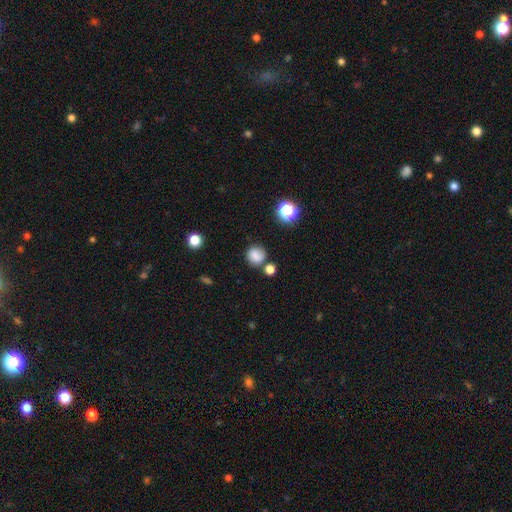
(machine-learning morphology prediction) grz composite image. It shows a smooth galaxy with no disk features (76%) that is round (84%). Merging: none (66%).